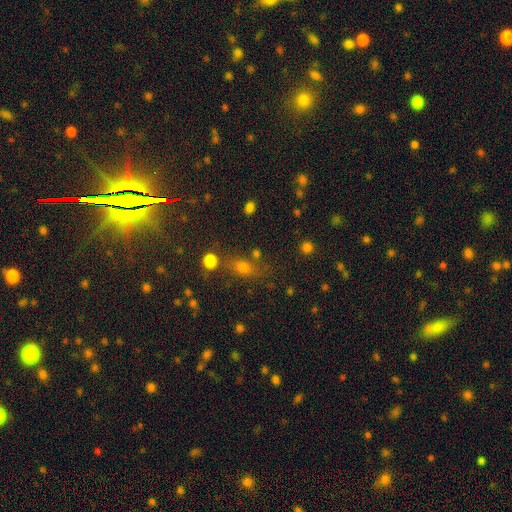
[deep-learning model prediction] Overall: smooth (49%; star or artifact 40%). Merging: none (69%).